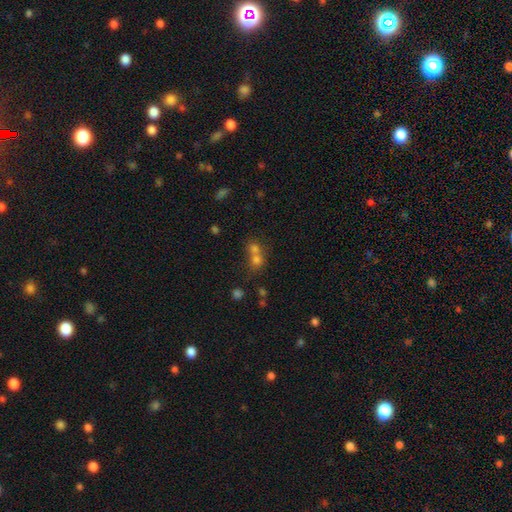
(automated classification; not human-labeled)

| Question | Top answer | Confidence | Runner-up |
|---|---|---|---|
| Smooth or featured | smooth | 69% | star or artifact (18%) |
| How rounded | round | 75% | in between (23%) |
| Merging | merger | 61% | none (31%) |